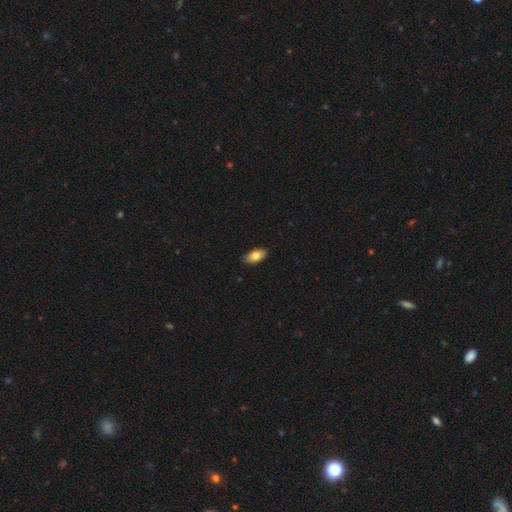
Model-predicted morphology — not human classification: Smooth or featured?
  - smooth: 81% *
  - featured or disk: 12%
  - star or artifact: 7%
How rounded?
  - in between: 92% *
  - round: 4%
  - cigar-shaped: 4%
Merging?
  - none: 85% *
  - minor disturbance: 12%
  - major disturbance: 2%
  - merger: 1%